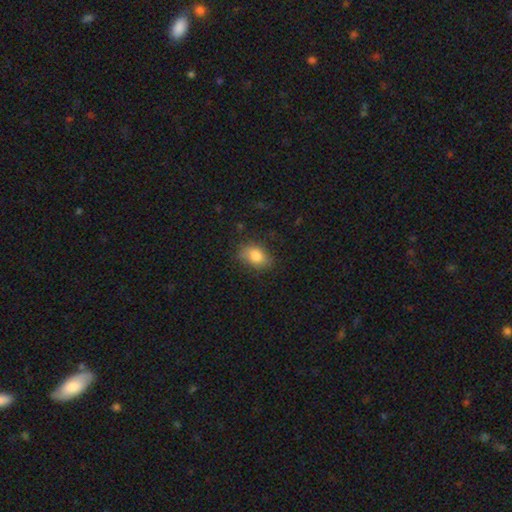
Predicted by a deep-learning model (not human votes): Smooth or featured? smooth (83%)
How rounded? in between (79%)
Merging? none (75%)